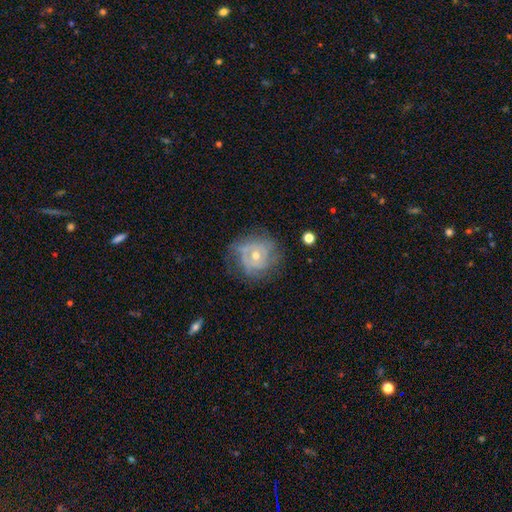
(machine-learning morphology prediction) featured or disk 77%, smooth 15%, star or artifact 8%. Down the decision tree: edge-on disk — no (97%); bar — no (74%); spiral arms — yes (84%); spiral arm count — can't tell (40%); spiral winding — tight (64%); bulge size — moderate (53%); merging — none (68%).